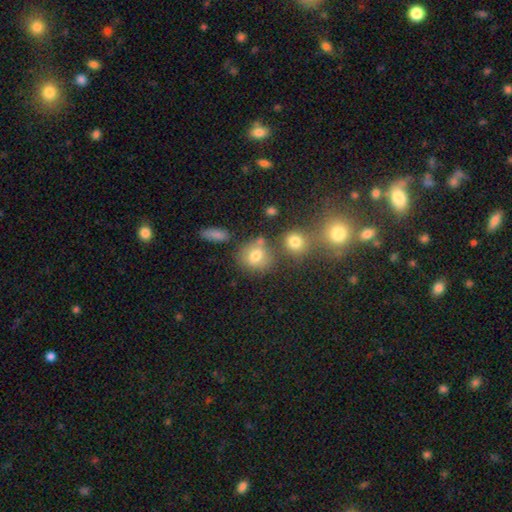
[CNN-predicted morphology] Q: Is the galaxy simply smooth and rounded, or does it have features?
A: smooth — 74%.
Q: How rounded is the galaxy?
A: round — 73%.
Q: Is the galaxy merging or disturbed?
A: none — 62%.